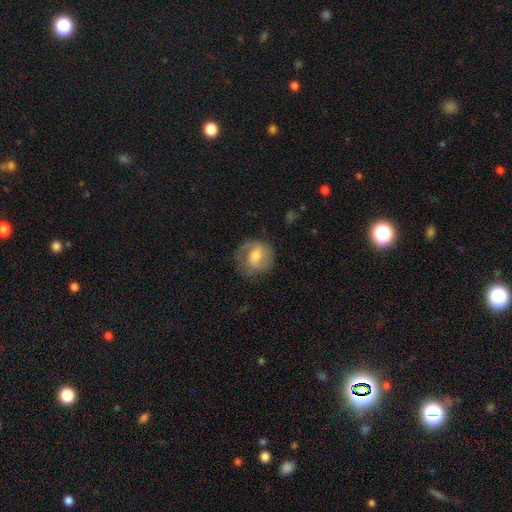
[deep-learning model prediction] featured or disk 61%, smooth 32%, star or artifact 7%. Down the decision tree: edge-on disk — no (97%); bar — weak (50%); spiral arms — yes (87%); spiral arm count — 2 (72%); spiral winding — medium (46%); bulge size — moderate (64%); merging — none (68%).